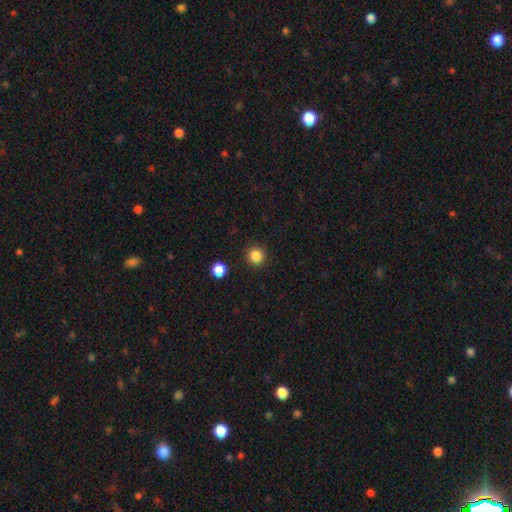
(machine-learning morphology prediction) A smooth galaxy with no disk features (85%) that is round (94%).

Vote fractions:
- Smooth or featured? smooth: 85% / star or artifact: 11% / featured or disk: 3%
- How rounded? round: 94% / in between: 5% / cigar-shaped: 1%
- Merging? none: 91% / minor disturbance: 5% / major disturbance: 2% / merger: 2%